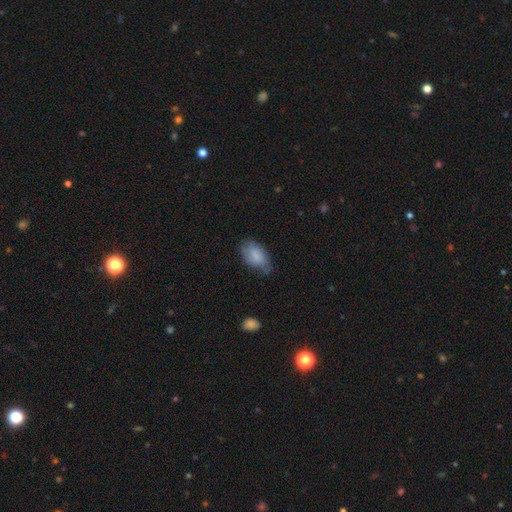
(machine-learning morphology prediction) smooth 78%, featured or disk 15%, star or artifact 6%. Down the decision tree: how rounded — in between (93%); merging — none (61%).